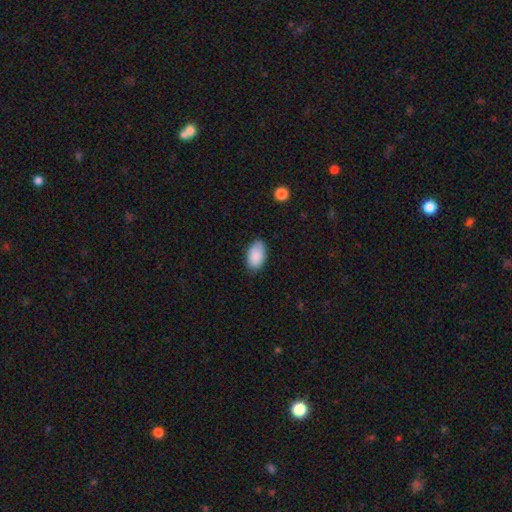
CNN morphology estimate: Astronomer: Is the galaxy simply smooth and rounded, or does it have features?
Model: smooth — 89%.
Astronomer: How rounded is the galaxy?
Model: in between — 94%.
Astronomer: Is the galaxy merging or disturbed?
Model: none — 81%.